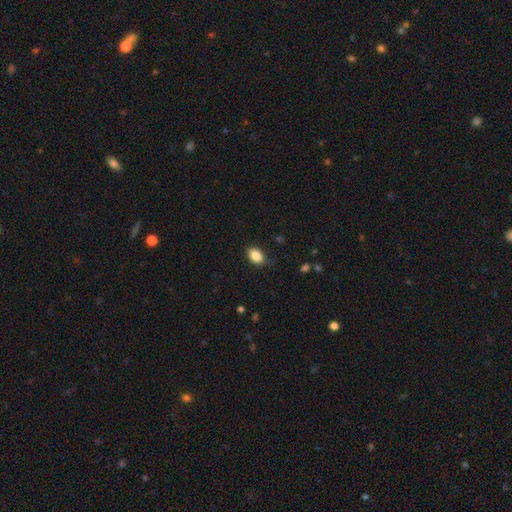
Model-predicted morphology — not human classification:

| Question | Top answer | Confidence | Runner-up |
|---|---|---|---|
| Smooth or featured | smooth | 88% | star or artifact (8%) |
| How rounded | in between | 86% | round (13%) |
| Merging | none | 81% | minor disturbance (15%) |